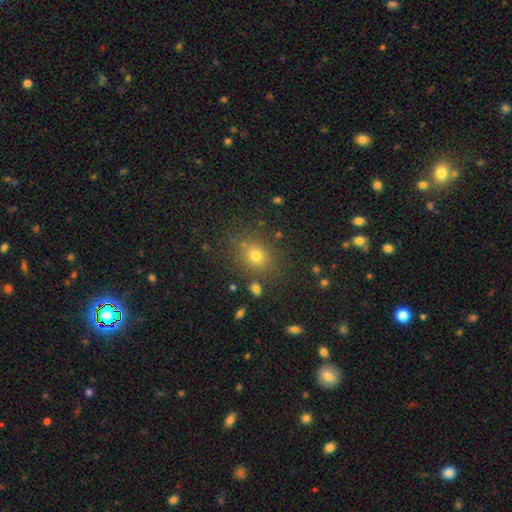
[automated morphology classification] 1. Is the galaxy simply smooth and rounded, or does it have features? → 74% smooth, 17% star or artifact, 9% featured or disk.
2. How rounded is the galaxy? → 68% round, 31% in between, 1% cigar-shaped.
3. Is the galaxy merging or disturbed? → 81% none, 10% minor disturbance, 4% merger, 4% major disturbance.